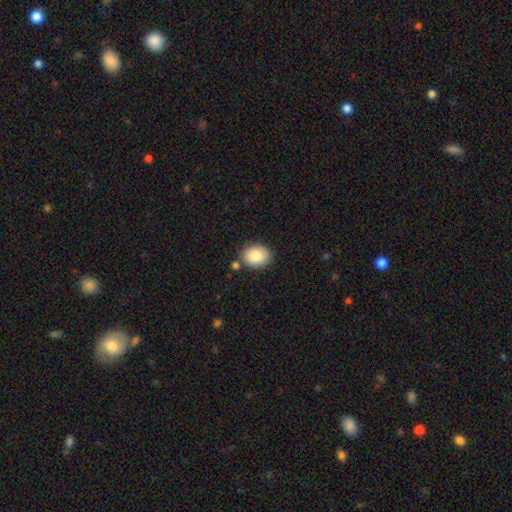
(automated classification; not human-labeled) smooth-or-featured: smooth: 86% | star or artifact: 7% | featured or disk: 7%
  how-rounded: in between: 65% | round: 34% | cigar-shaped: 1%
  merging: none: 82% | minor disturbance: 11% | merger: 5% | major disturbance: 3%